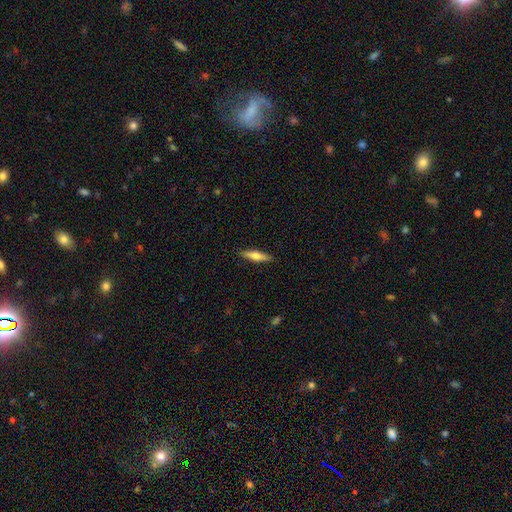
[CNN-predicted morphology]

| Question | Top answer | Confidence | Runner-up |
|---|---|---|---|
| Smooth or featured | smooth | 55% | featured or disk (39%) |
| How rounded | cigar-shaped | 78% | in between (20%) |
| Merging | none | 90% | minor disturbance (7%) |